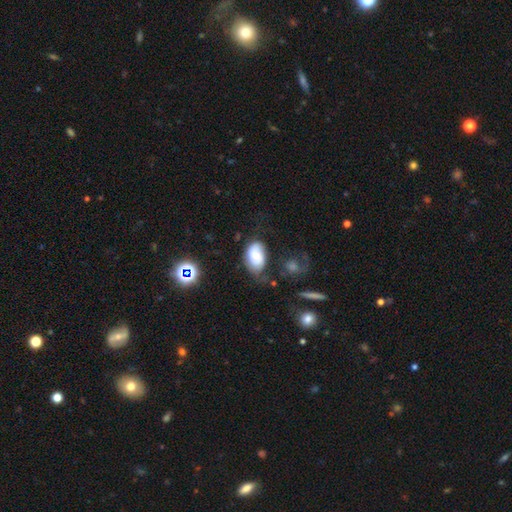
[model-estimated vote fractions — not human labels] smooth-or-featured: smooth: 65% | featured or disk: 25% | star or artifact: 10%
  how-rounded: in between: 89% | round: 9% | cigar-shaped: 1%
  merging: none: 46% | minor disturbance: 32% | major disturbance: 16% | merger: 6%